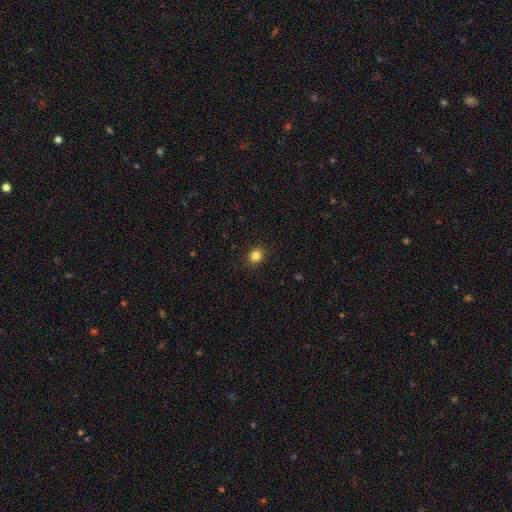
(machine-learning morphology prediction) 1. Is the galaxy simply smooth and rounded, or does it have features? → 84% smooth, 11% star or artifact, 5% featured or disk.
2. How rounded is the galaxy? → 53% round, 46% in between, 1% cigar-shaped.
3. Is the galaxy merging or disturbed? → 91% none, 7% minor disturbance, 2% major disturbance, 1% merger.